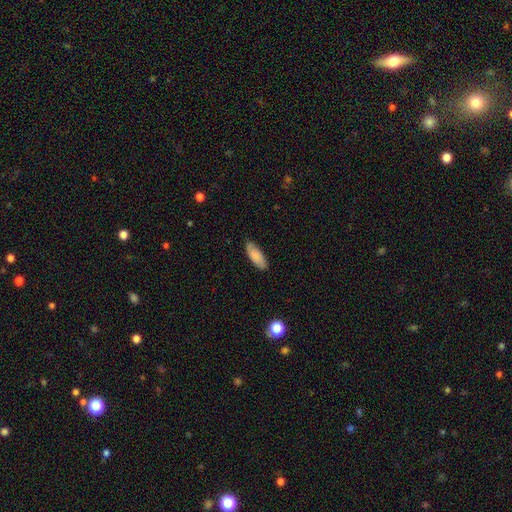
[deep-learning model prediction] Overall: smooth (84%). How rounded: in between (74%). Merging: none (82%).